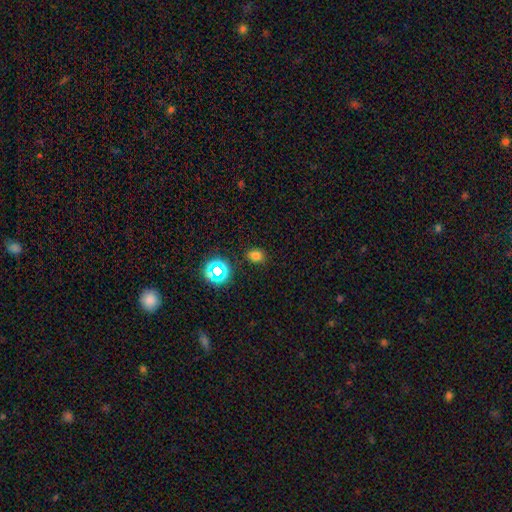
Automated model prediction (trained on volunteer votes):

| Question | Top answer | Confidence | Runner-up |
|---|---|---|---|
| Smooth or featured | smooth | 71% | star or artifact (23%) |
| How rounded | in between | 51% | round (47%) |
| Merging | none | 82% | minor disturbance (13%) |